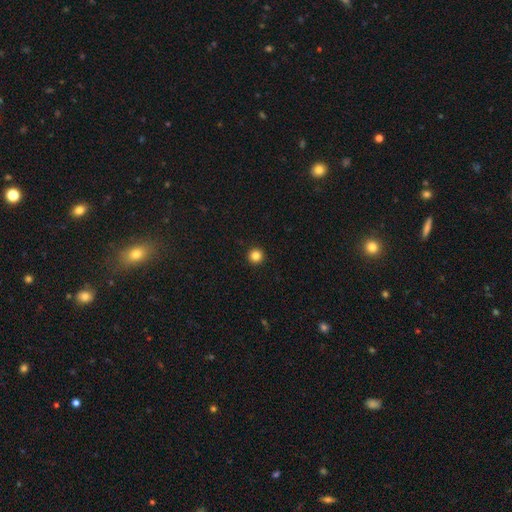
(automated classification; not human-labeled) Morphology: type=smooth (84%); roundness=round (96%); merging=none (94%).